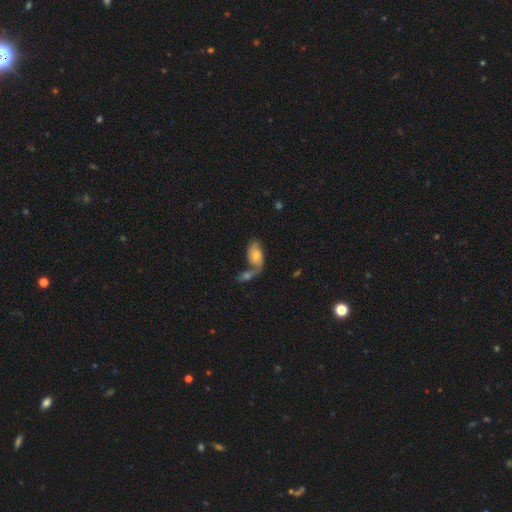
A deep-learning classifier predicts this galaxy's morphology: A featured or disk galaxy (49%).

Vote fractions:
- Smooth or featured? featured or disk: 49% / smooth: 44% / star or artifact: 7%
- Merging? merger: 55% / none: 24% / minor disturbance: 11% / major disturbance: 9%